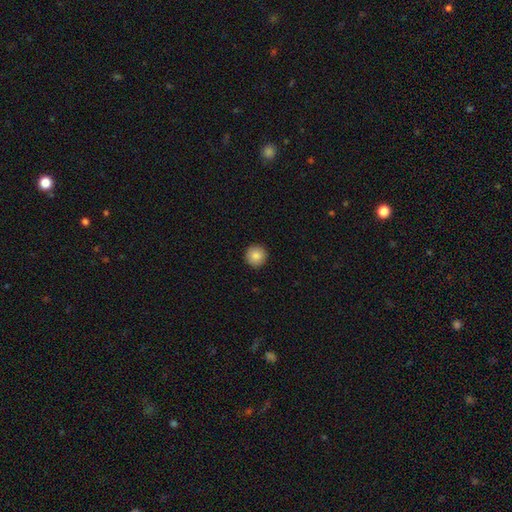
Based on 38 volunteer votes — Overall: smooth (84%). How rounded: round (97%). Merging: none (94%).